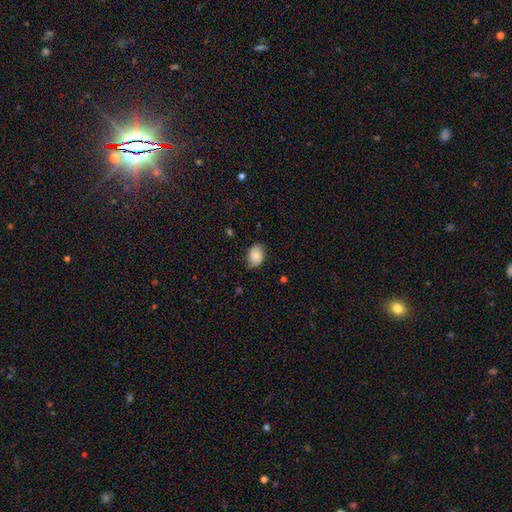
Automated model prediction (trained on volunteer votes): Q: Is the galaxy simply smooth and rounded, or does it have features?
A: smooth — 77%.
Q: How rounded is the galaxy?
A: in between — 76%.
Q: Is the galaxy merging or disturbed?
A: none — 68%.